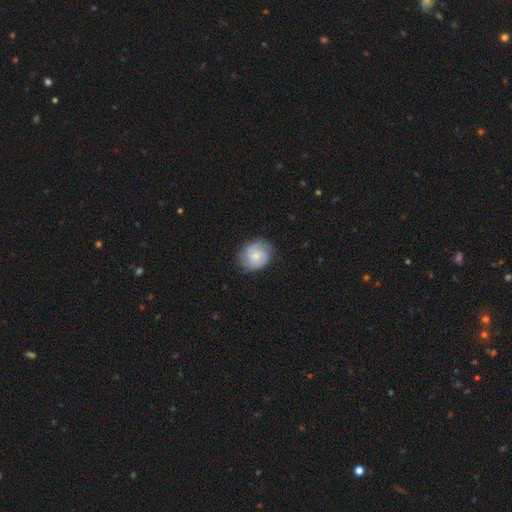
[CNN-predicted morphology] smooth-or-featured: smooth: 49% | featured or disk: 44% | star or artifact: 7%
  merging: none: 76% | minor disturbance: 18% | major disturbance: 5% | merger: 1%